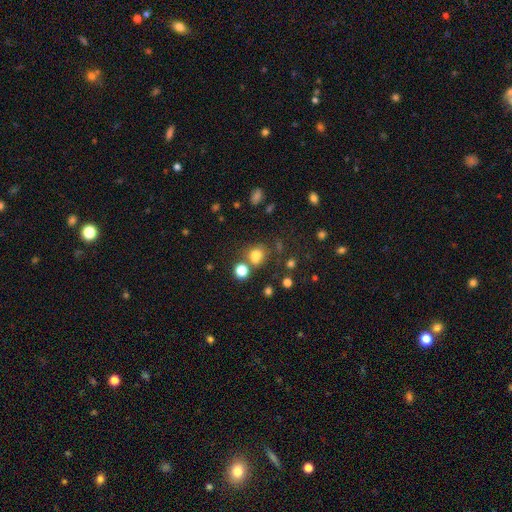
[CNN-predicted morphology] smooth_or_featured: smooth (p=0.71) [alt: star or artifact p=0.19]
how_rounded: round (p=0.65) [alt: in between p=0.34]
merging: none (p=0.53) [alt: merger p=0.27]